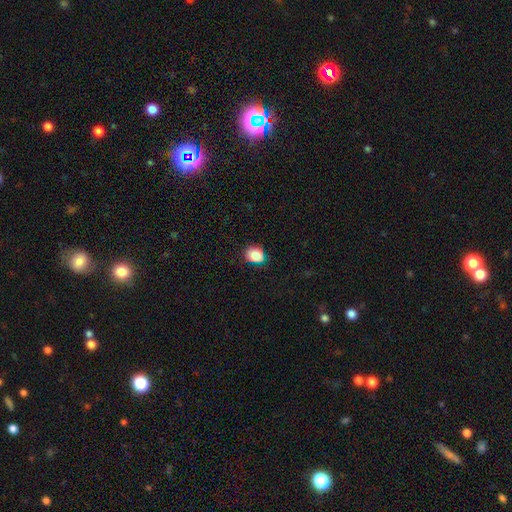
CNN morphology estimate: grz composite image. It shows a smooth galaxy with no disk features (85%) that is round (58%). Merging: none (82%).